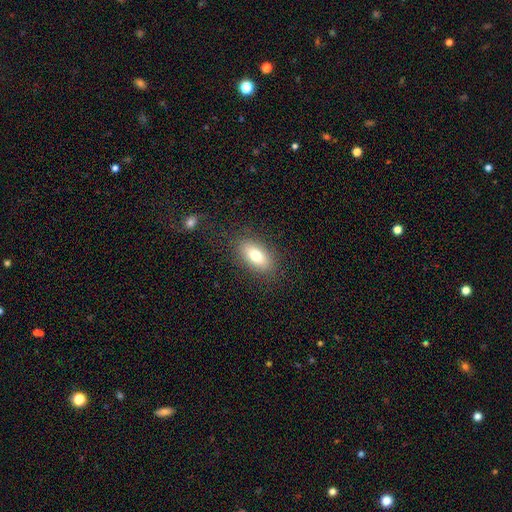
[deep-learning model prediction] smooth-or-featured: smooth: 74% | featured or disk: 17% | star or artifact: 8%
  how-rounded: in between: 87% | cigar-shaped: 7% | round: 6%
  merging: none: 85% | minor disturbance: 10% | major disturbance: 4% | merger: 1%